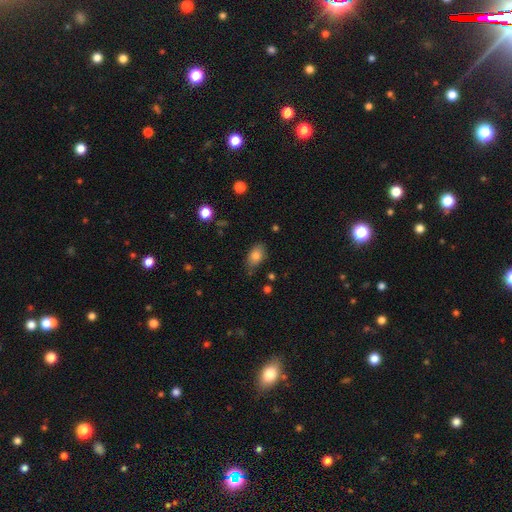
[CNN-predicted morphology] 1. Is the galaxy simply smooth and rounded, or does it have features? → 81% smooth, 10% featured or disk, 9% star or artifact.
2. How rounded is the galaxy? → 87% in between, 11% round, 2% cigar-shaped.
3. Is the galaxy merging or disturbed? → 73% none, 21% minor disturbance, 4% major disturbance, 2% merger.